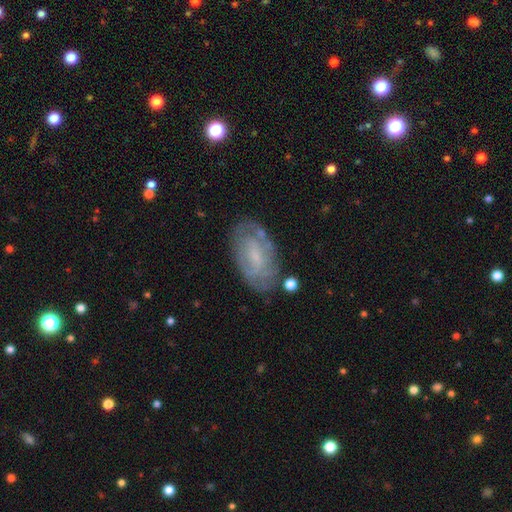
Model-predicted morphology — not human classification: Smooth or featured: featured or disk — 62% (smooth — 31%)
Edge-on disk: no — 94% (yes — 6%)
Bar: no — 45% (tied with weak — 45%)
Spiral arms: yes — 69% (no — 31%)
Bulge size: small — 59% (moderate — 20%)
Merging: none — 70% (minor disturbance — 20%)